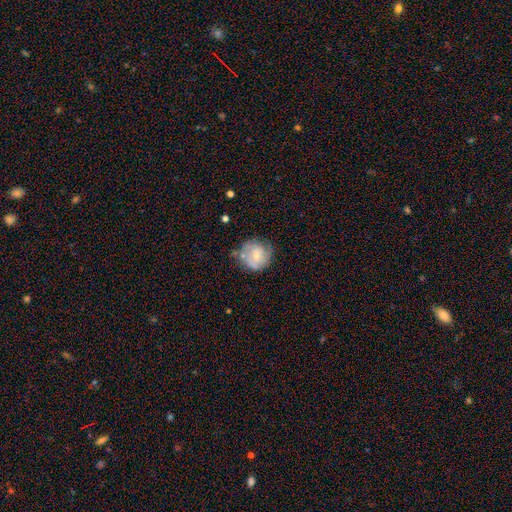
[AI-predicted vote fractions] Smooth or featured: featured or disk — 51% (smooth — 42%)
Edge-on disk: no — 97% (yes — 3%)
Bar: no — 56% (weak — 37%)
Spiral arms: yes — 69% (no — 31%)
Bulge size: small — 49% (moderate — 42%)
Merging: none — 52% (minor disturbance — 28%)